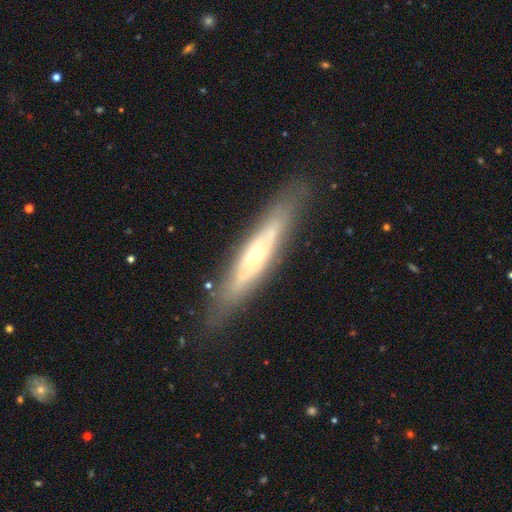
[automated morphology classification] Smooth or featured? featured or disk (67%)
Edge-on disk? yes (56%)
Merging? none (80%)